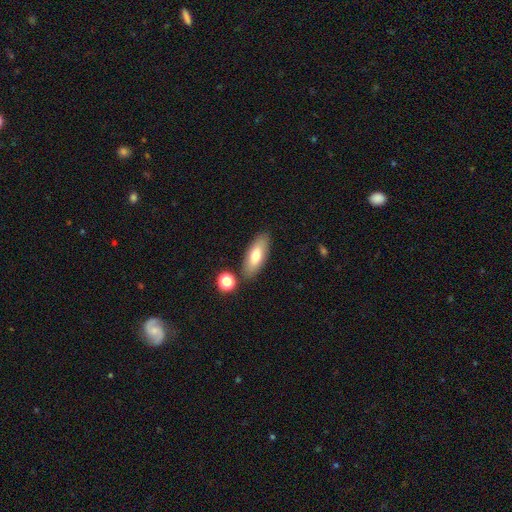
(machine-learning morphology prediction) smooth_or_featured: smooth (p=0.72) [alt: featured or disk p=0.21]
how_rounded: in between (p=0.70) [alt: cigar-shaped p=0.27]
merging: none (p=0.82) [alt: minor disturbance p=0.10]